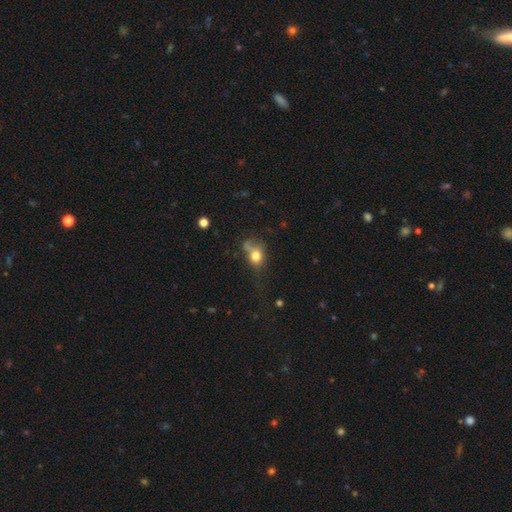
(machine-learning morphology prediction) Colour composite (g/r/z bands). It shows a smooth galaxy with no disk features (74%) that is in between round and cigar-shaped (49%). Merging: none (39%).